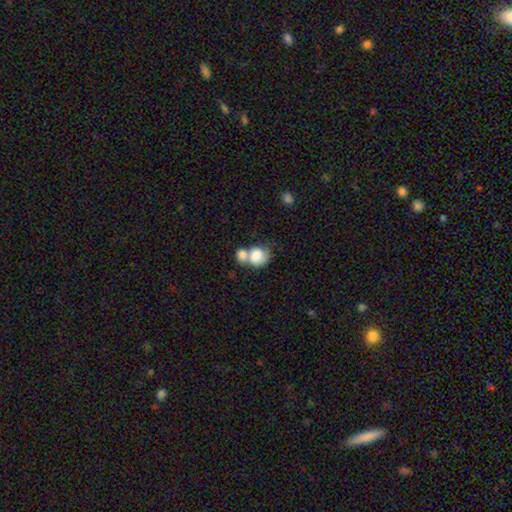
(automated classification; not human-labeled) Smooth or featured?
  - smooth: 72% *
  - featured or disk: 22%
  - star or artifact: 7%
How rounded?
  - round: 56% *
  - in between: 43%
  - cigar-shaped: 1%
Merging?
  - merger: 67% *
  - none: 18%
  - minor disturbance: 9%
  - major disturbance: 6%